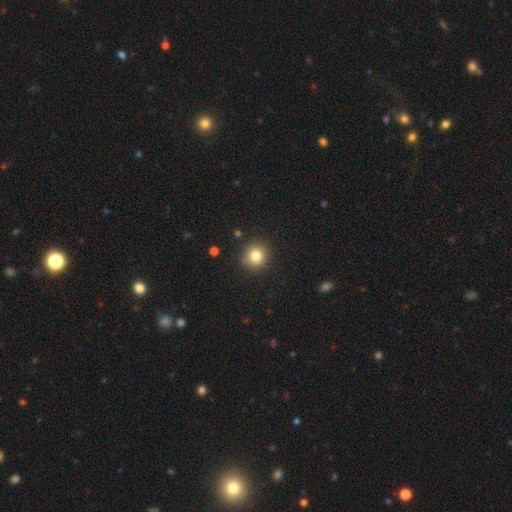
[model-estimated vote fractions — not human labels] Smooth or featured?
  - smooth: 81% *
  - star or artifact: 11%
  - featured or disk: 8%
How rounded?
  - round: 90% *
  - in between: 9%
  - cigar-shaped: 1%
Merging?
  - none: 87% *
  - minor disturbance: 9%
  - major disturbance: 2%
  - merger: 2%